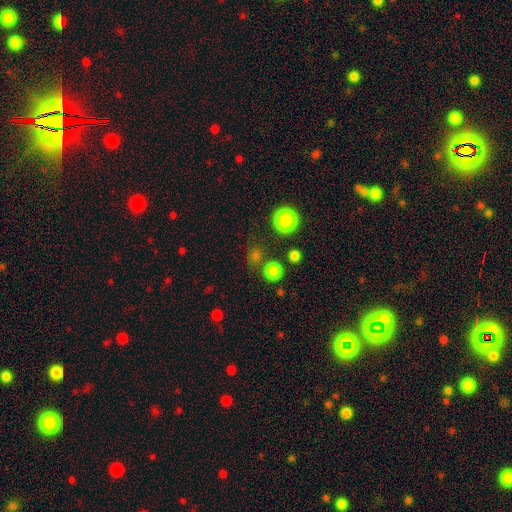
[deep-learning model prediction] This is possibly a star or artifact rather than a galaxy (54%).